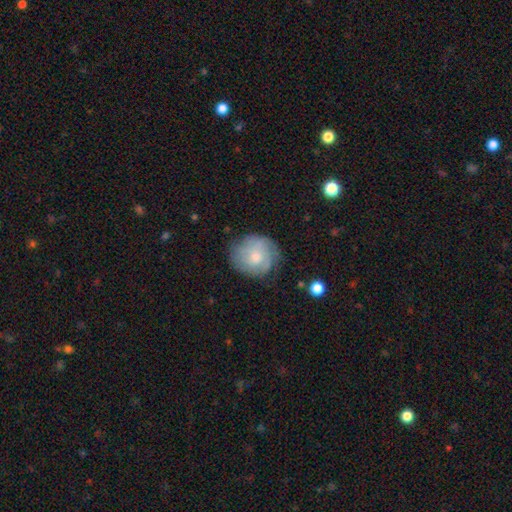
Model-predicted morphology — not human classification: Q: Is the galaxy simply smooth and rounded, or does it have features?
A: smooth — 53%.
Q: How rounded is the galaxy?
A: round — 86%.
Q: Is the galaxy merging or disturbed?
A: none — 71%.